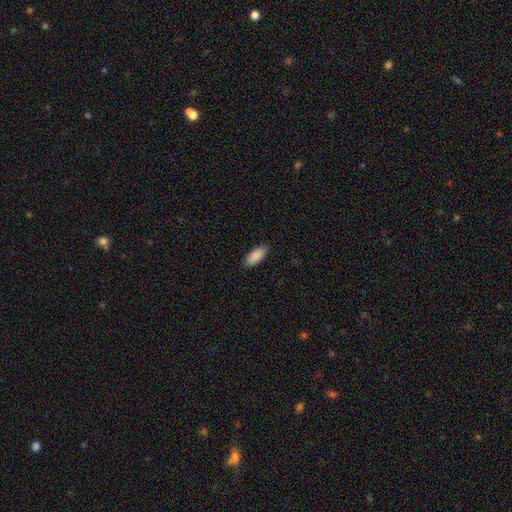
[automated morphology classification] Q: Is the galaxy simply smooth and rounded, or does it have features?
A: smooth — 90%.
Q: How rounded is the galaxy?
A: in between — 85%.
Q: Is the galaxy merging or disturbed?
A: none — 85%.